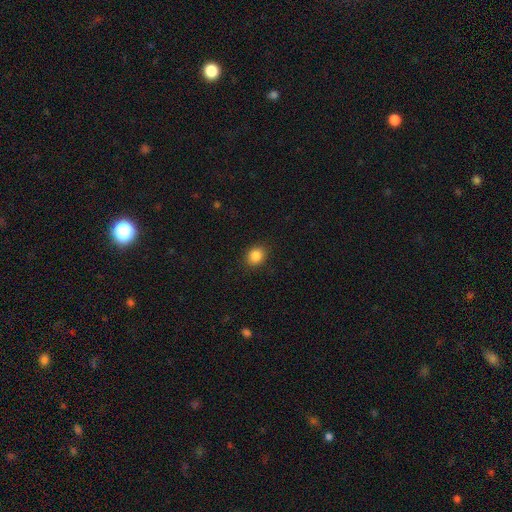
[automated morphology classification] smooth_or_featured: smooth (p=0.86) [alt: star or artifact p=0.10]
how_rounded: round (p=0.60) [alt: in between p=0.39]
merging: none (p=0.89) [alt: minor disturbance p=0.08]